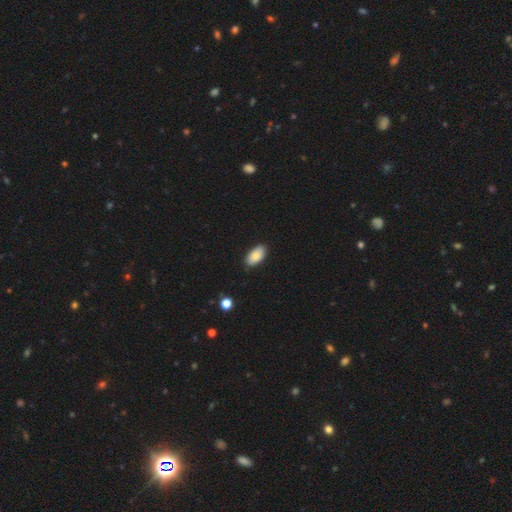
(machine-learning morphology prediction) type=smooth (84%); roundness=in between (94%); merging=none (86%).